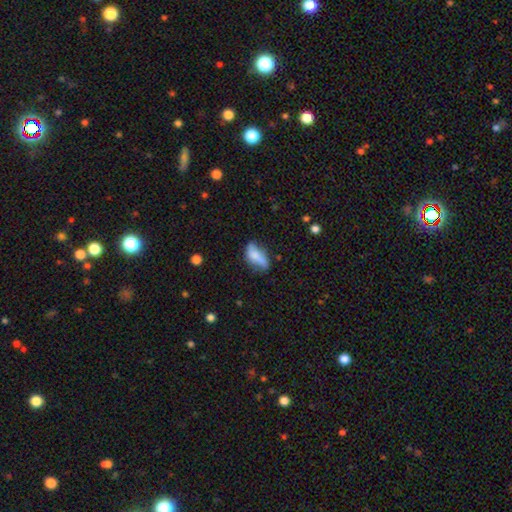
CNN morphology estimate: The model was most divided on "merging": none: 50%, minor disturbance: 31%, major disturbance: 13%, merger: 6%. More confident: how rounded — in between (81%); smooth or featured — smooth (58%).